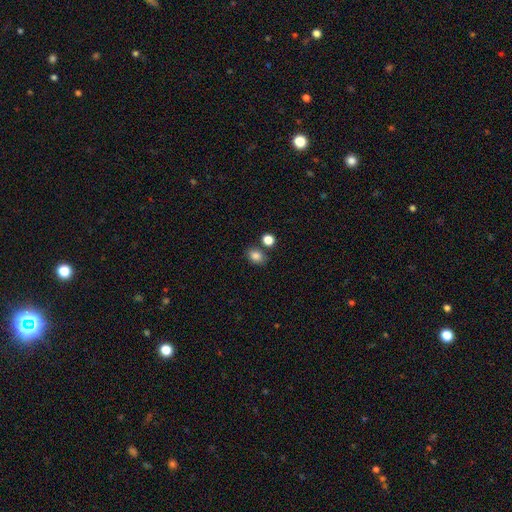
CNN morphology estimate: A smooth galaxy with no disk features (84%) that is in between round and cigar-shaped (62%). Merging: none (74%).